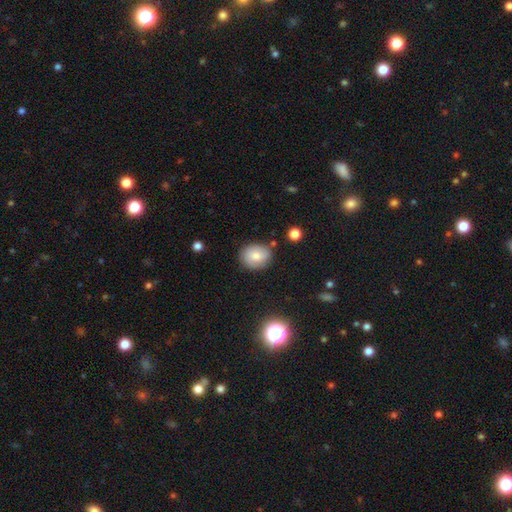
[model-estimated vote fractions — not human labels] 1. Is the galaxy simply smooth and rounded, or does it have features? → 75% smooth, 16% featured or disk, 10% star or artifact.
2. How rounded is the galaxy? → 62% round, 37% in between, 1% cigar-shaped.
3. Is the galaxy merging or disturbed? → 77% none, 16% minor disturbance, 4% merger, 3% major disturbance.